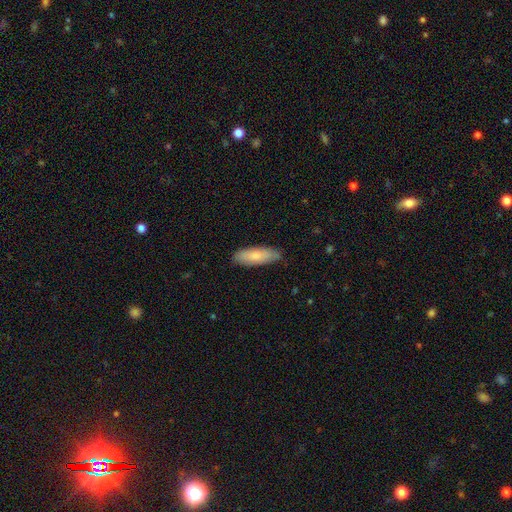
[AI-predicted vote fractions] Smooth or featured? smooth (80%)
How rounded? in between (60%)
Merging? none (84%)